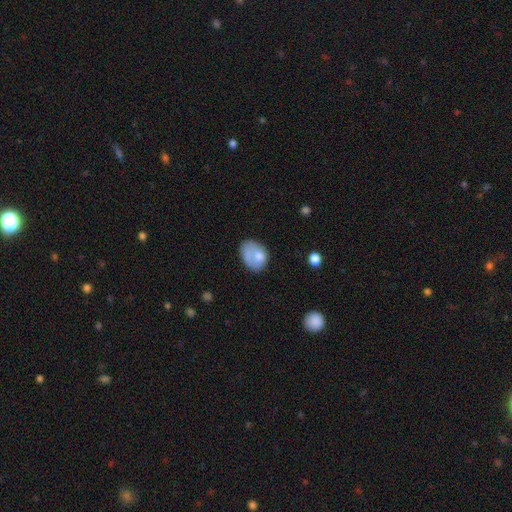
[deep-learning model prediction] Smooth or featured? Predicted: smooth (p=0.68). How rounded? Predicted: in between (p=0.72). Merging? Predicted: none (p=0.37).